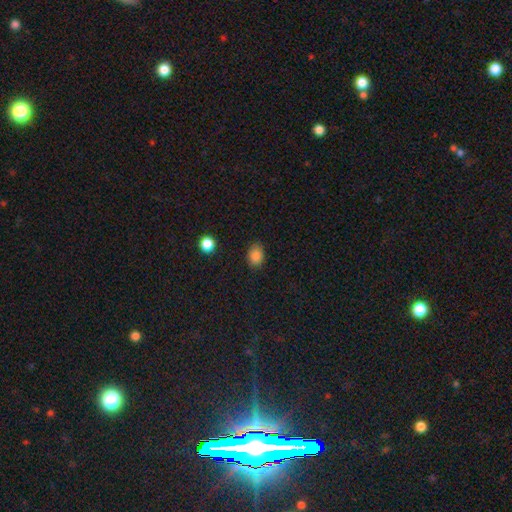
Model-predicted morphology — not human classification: The model was most divided on "how rounded": in between: 68%, round: 31%, cigar-shaped: 1%. More confident: smooth or featured — smooth (85%); merging — none (85%).